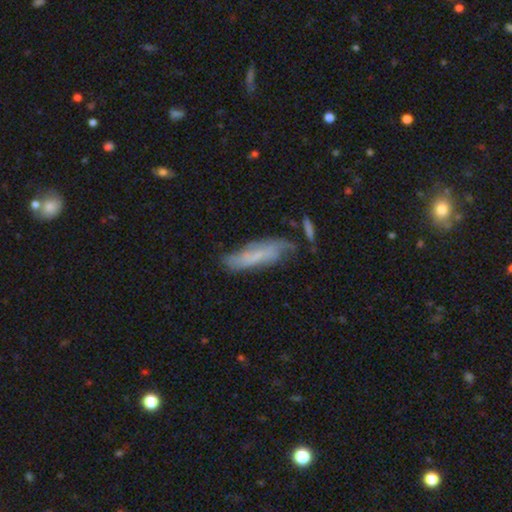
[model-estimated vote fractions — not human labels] smooth_or_featured: smooth (p=0.51) [alt: featured or disk p=0.40]
how_rounded: cigar-shaped (p=0.59) [alt: in between p=0.38]
merging: none (p=0.54) [alt: minor disturbance p=0.27]